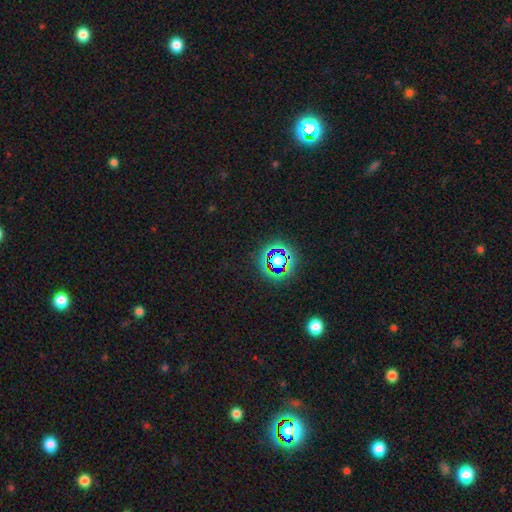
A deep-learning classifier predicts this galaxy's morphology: A star or artifact, not a galaxy (73%).